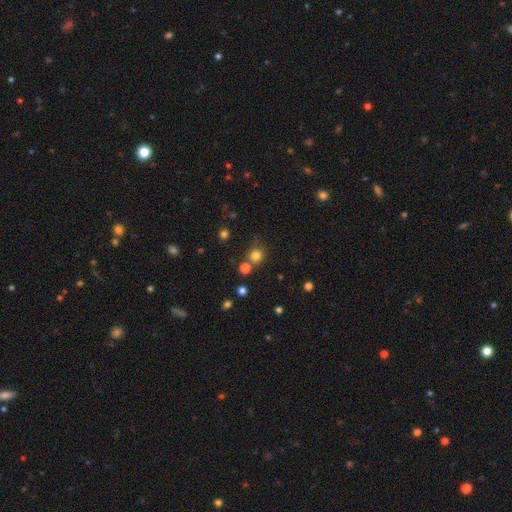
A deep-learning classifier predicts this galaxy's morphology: A smooth galaxy with no disk features (78%) that is round (87%).

Vote fractions:
- Smooth or featured? smooth: 78% / star or artifact: 16% / featured or disk: 6%
- How rounded? round: 87% / in between: 12% / cigar-shaped: 1%
- Merging? none: 69% / merger: 17% / minor disturbance: 10% / major disturbance: 4%